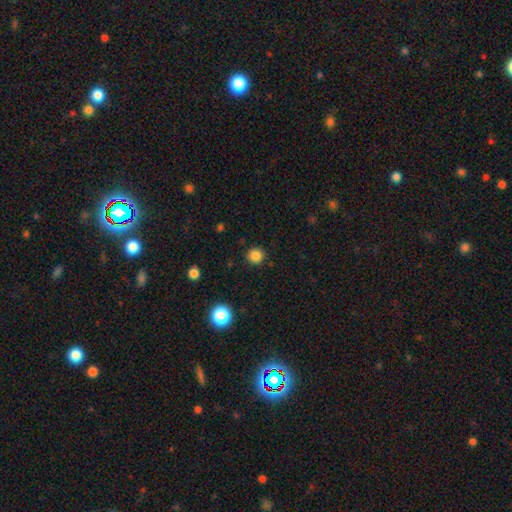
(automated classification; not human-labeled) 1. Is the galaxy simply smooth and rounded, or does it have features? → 84% smooth, 12% star or artifact, 4% featured or disk.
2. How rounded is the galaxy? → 94% round, 5% in between, 1% cigar-shaped.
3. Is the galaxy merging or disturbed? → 91% none, 6% minor disturbance, 2% major disturbance, 1% merger.